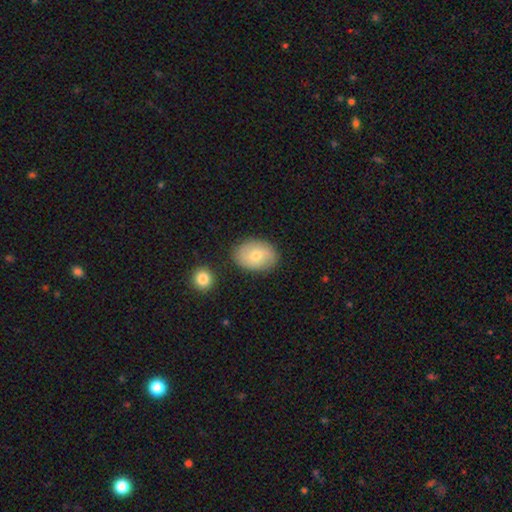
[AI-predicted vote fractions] smooth_or_featured: smooth (p=0.69) [alt: featured or disk p=0.23]
how_rounded: in between (p=0.72) [alt: round p=0.27]
merging: none (p=0.83) [alt: minor disturbance p=0.12]